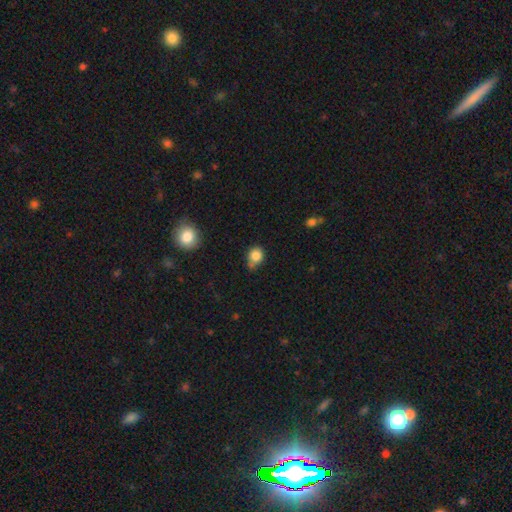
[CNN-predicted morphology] The model was most divided on "merging": none: 56%, minor disturbance: 27%, merger: 11%, major disturbance: 6%. More confident: smooth or featured — smooth (84%); how rounded — round (66%).